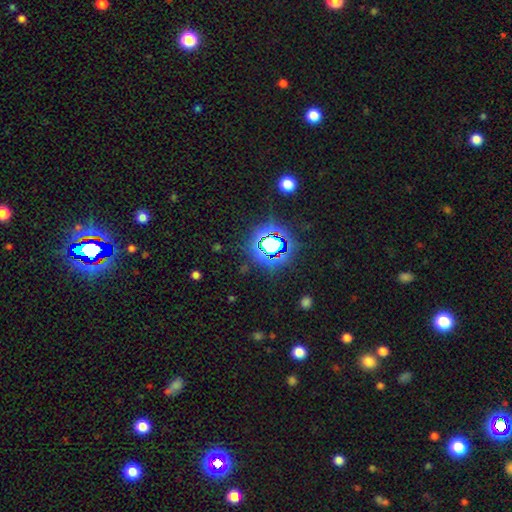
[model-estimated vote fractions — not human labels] This appears to be a star or artifact, not a galaxy (78%).